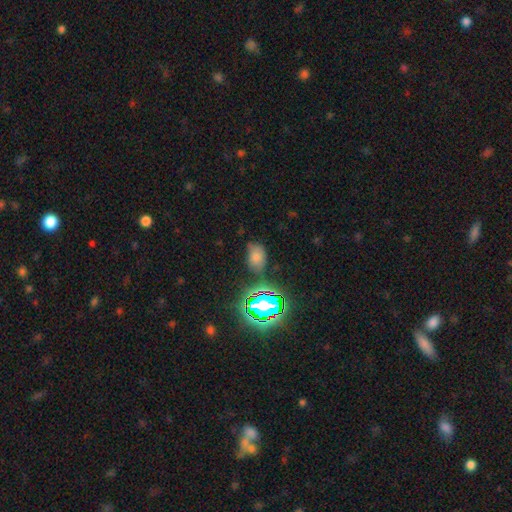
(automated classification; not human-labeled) This is possibly a smooth galaxy (59%). How rounded: clearly in between (81%). Merging: likely none (68%).